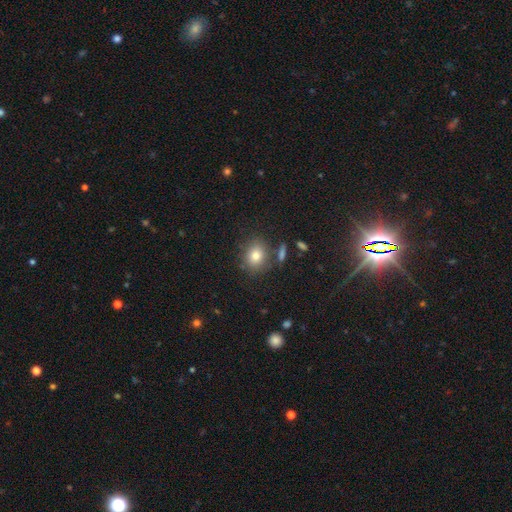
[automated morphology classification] Smooth or featured?
  - smooth: 79% *
  - star or artifact: 11%
  - featured or disk: 10%
How rounded?
  - round: 62% *
  - in between: 37%
  - cigar-shaped: 1%
Merging?
  - none: 77% *
  - minor disturbance: 11%
  - merger: 8%
  - major disturbance: 4%